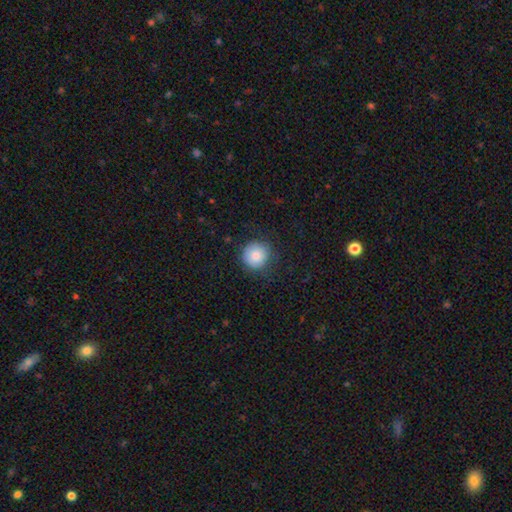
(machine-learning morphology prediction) smooth_or_featured: smooth (p=0.81) [alt: featured or disk p=0.11]
how_rounded: round (p=0.94) [alt: in between p=0.05]
merging: none (p=0.79) [alt: minor disturbance p=0.15]